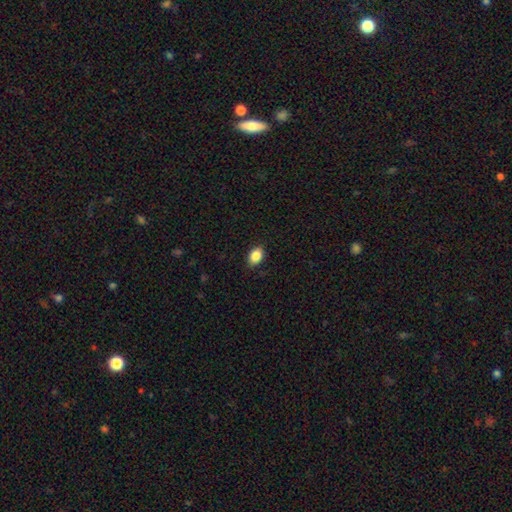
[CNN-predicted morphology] Smooth or featured: smooth — 87% (star or artifact — 8%)
How rounded: in between — 82% (round — 17%)
Merging: none — 87% (minor disturbance — 10%)